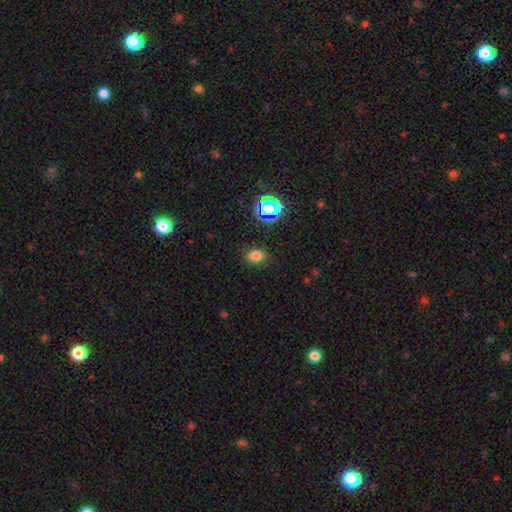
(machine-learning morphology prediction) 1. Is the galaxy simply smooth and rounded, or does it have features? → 75% smooth, 19% star or artifact, 6% featured or disk.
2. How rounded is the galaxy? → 60% in between, 38% round, 1% cigar-shaped.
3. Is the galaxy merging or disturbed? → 83% none, 12% minor disturbance, 4% major disturbance, 2% merger.